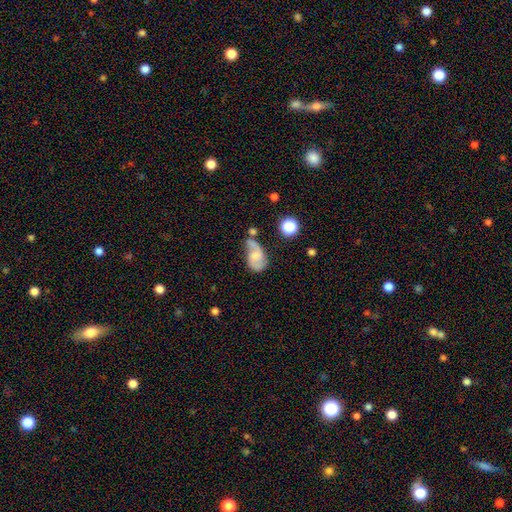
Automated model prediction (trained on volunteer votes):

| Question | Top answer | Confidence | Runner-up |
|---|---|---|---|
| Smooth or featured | featured or disk | 61% | smooth (30%) |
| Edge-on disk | no | 97% | yes (3%) |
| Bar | no | 51% | weak (41%) |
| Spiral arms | yes | 88% | no (12%) |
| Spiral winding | loose | 51% | medium (37%) |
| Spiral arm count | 2 | 76% | 1 (14%) |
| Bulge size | small | 35% | moderate (34%) |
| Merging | none | 34% | minor disturbance (28%) |